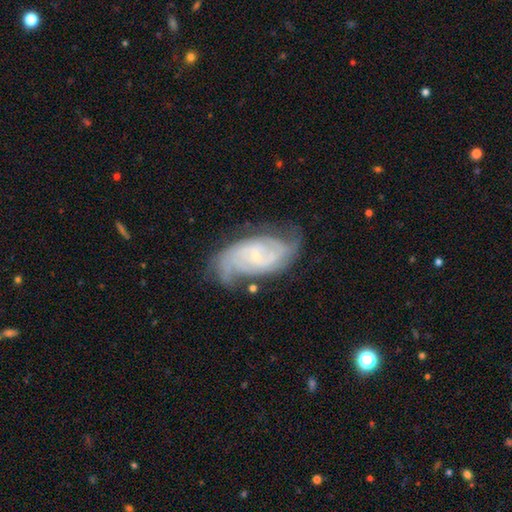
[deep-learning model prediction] A featured or disk galaxy (83%) with no bar (48%), 2 (49%) tight (46%) spiral arms (95%) and a small central bulge (78%).

Vote fractions:
- Smooth or featured? featured or disk: 83% / smooth: 10% / star or artifact: 6%
- Edge-on disk? no: 96% / yes: 4%
- Bar? no: 48% / weak: 43% / strong: 10%
- Spiral arms? yes: 95% / no: 5%
- Spiral winding? tight: 46% / medium: 41% / loose: 13%
- Spiral arm count? 2: 49% / can't tell: 25% / 3: 13% / 4: 5% / 1: 4% / more than 4: 4%
- Bulge size? small: 78% / moderate: 13% / none: 7% / large: 1% / dominant: 1%
- Merging? none: 62% / minor disturbance: 24% / major disturbance: 12% / merger: 3%